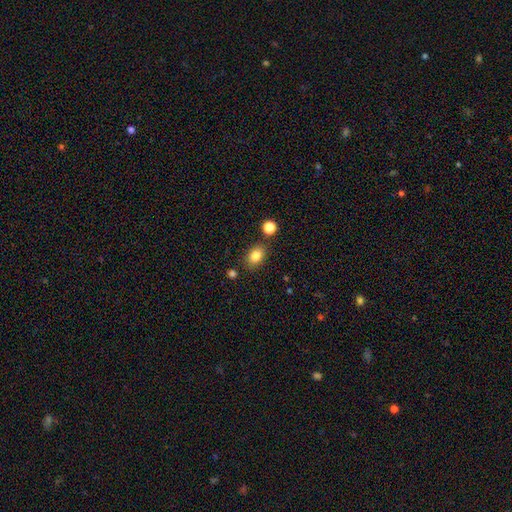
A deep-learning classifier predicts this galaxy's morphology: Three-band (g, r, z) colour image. It shows a smooth galaxy with no disk features (83%) that is in between round and cigar-shaped (73%). Merging: none (82%).